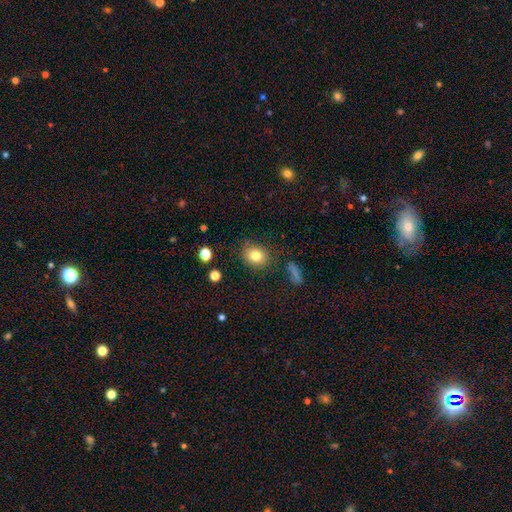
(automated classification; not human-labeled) Overall: smooth (80%). How rounded: round (58%; in between 41%). Merging: none (80%).